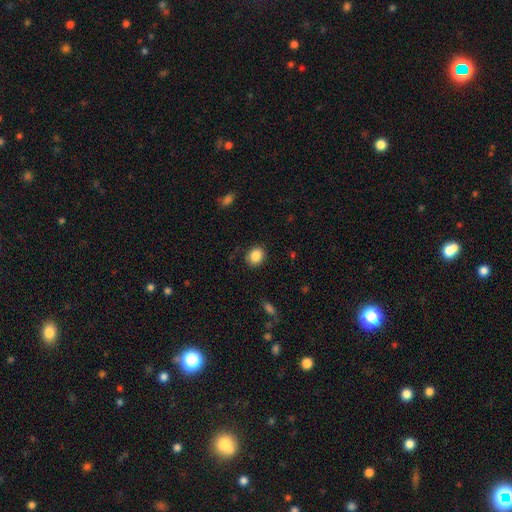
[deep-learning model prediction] A smooth galaxy with no disk features (86%) that is round (57%).

Vote fractions:
- Smooth or featured? smooth: 86% / star or artifact: 9% / featured or disk: 5%
- How rounded? round: 57% / in between: 42% / cigar-shaped: 1%
- Merging? none: 85% / minor disturbance: 11% / major disturbance: 3% / merger: 1%